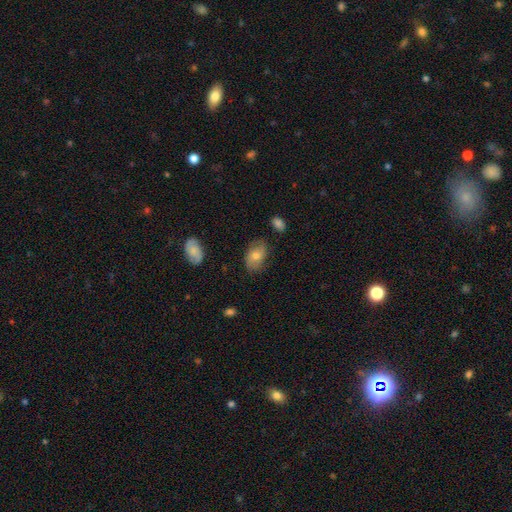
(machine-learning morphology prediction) The model was most divided on "smooth or featured": smooth: 59%, featured or disk: 32%, star or artifact: 9%. More confident: how rounded — in between (84%); merging — none (72%).